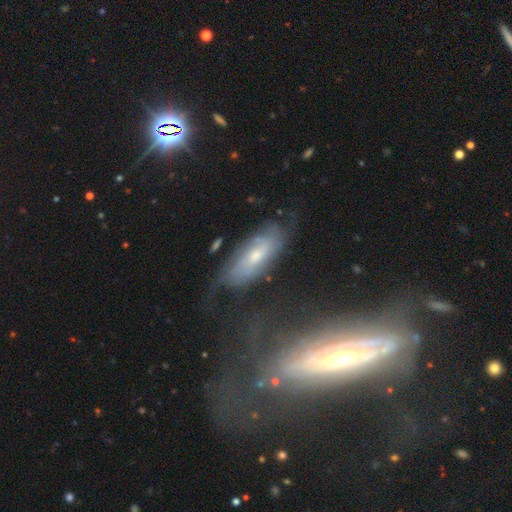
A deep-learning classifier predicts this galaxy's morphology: Q: Smooth or featured?
A: featured or disk (65%); runner-up: smooth (26%)
Q: Edge-on disk?
A: no (82%); runner-up: yes (18%)
Q: Bar?
A: no (57%); runner-up: weak (35%)
Q: Spiral arms?
A: yes (82%); runner-up: no (18%)
Q: Bulge size?
A: moderate (49%); runner-up: small (45%)
Q: Merging?
A: none (66%); runner-up: minor disturbance (23%)